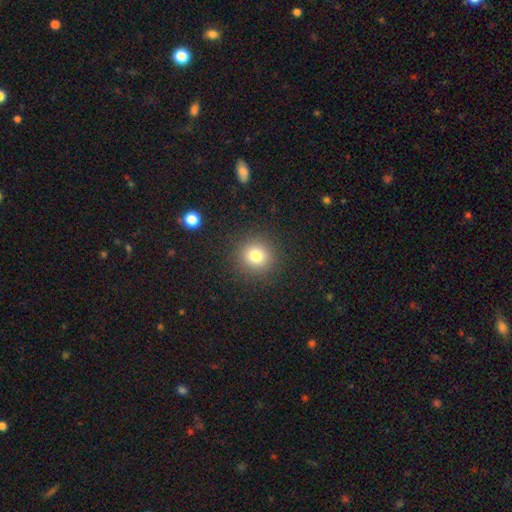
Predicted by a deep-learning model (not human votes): Morphology: type=smooth (78%); roundness=round (92%); merging=none (90%).